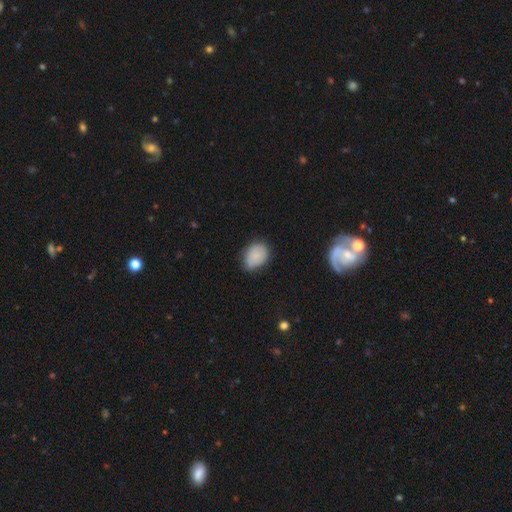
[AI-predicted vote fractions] Q: Smooth or featured?
A: smooth (84%); runner-up: featured or disk (8%)
Q: How rounded?
A: in between (69%); runner-up: round (30%)
Q: Merging?
A: none (65%); runner-up: minor disturbance (28%)